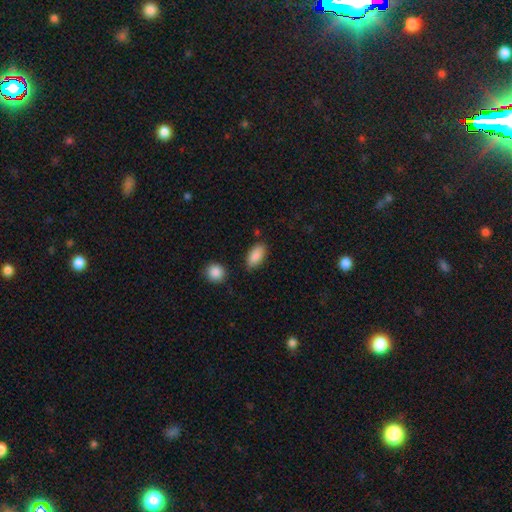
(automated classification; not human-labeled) A smooth galaxy with no disk features (88%) that is in between round and cigar-shaped (91%).

Vote fractions:
- Smooth or featured? smooth: 88% / star or artifact: 7% / featured or disk: 5%
- How rounded? in between: 91% / cigar-shaped: 6% / round: 3%
- Merging? none: 80% / minor disturbance: 13% / merger: 3% / major disturbance: 3%